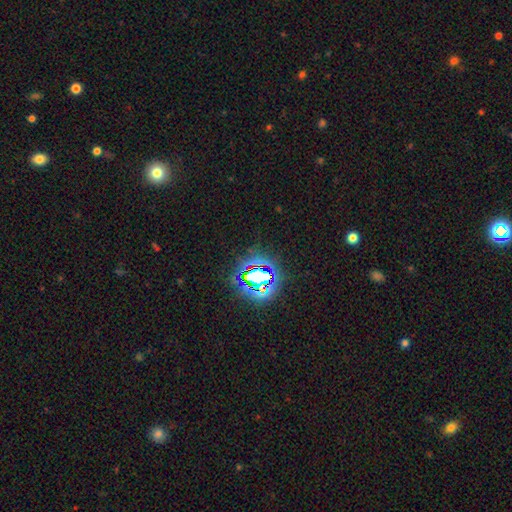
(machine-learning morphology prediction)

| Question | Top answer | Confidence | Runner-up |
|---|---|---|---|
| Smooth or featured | star or artifact | 80% | smooth (12%) |